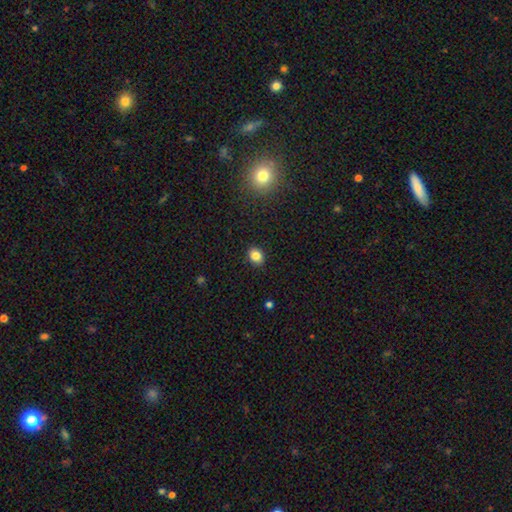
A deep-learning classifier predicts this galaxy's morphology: A smooth galaxy with no disk features (84%) that is in between round and cigar-shaped (54%). Merging: none (89%).